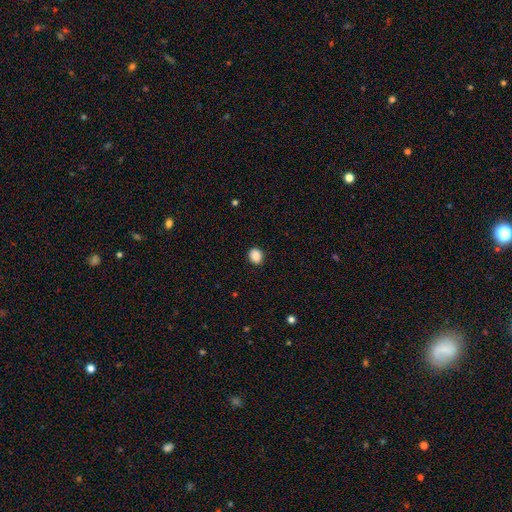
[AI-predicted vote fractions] This appears to be a smooth galaxy with no disk features (89%) that is round (58%). Merging: none (88%).